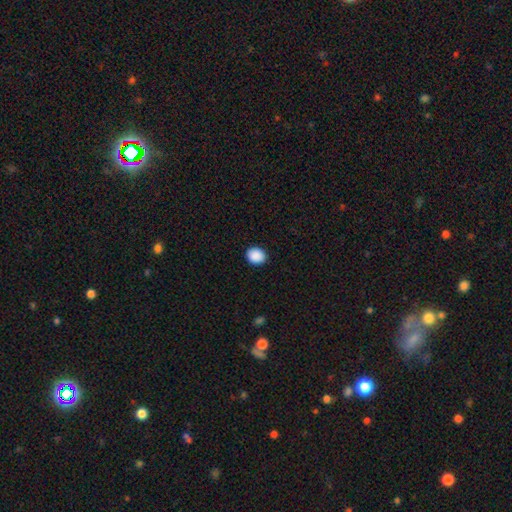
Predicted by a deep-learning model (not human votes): This is clearly a smooth galaxy (90%). How rounded: possibly round (58%). Merging: clearly none (91%).